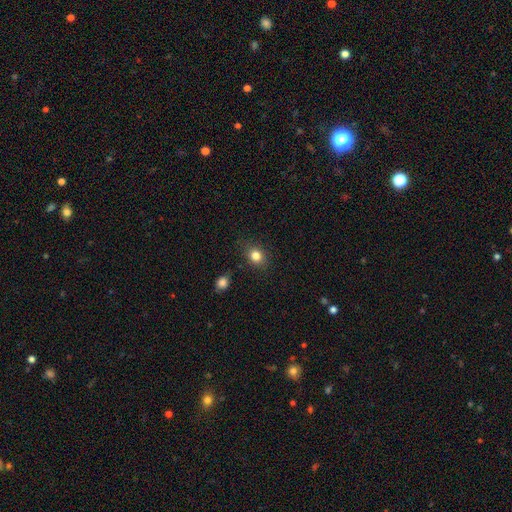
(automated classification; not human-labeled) This is clearly a smooth galaxy (82%). How rounded: possibly round (59%). Merging: clearly none (82%).